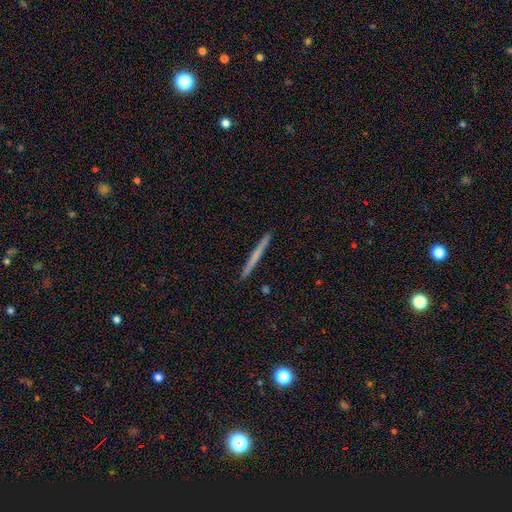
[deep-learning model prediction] This is possibly a smooth galaxy (54%). How rounded: clearly cigar-shaped (97%). Merging: clearly none (93%).